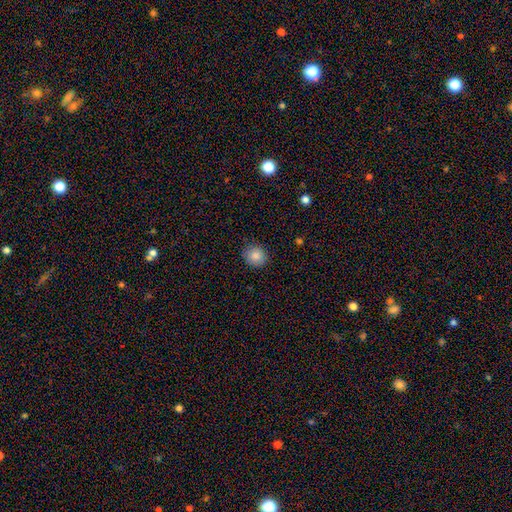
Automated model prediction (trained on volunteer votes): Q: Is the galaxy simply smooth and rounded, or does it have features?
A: smooth — 86%.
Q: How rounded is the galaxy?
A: round — 84%.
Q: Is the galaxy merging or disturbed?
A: none — 88%.